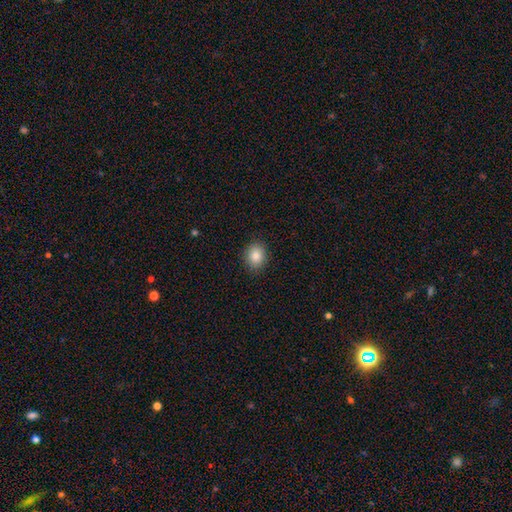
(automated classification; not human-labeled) Smooth or featured: smooth — 84% (star or artifact — 9%)
How rounded: round — 54% (in between — 45%)
Merging: none — 89% (minor disturbance — 8%)